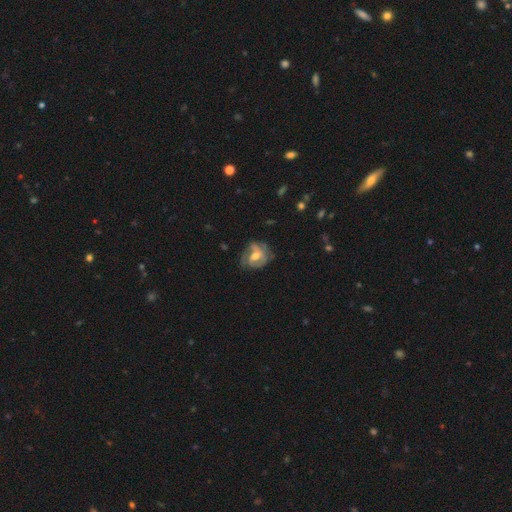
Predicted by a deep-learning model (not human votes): This is likely a featured or disk galaxy (73%). It is clearly not viewed edge-on (97%). Bar: possibly weak (47%). Spiral arm pattern: clearly yes (85%). Spiral arm count: possibly 2 (45%). Spiral winding: marginally tight (44%). Central bulge: likely moderate (67%). Merging: likely none (61%).